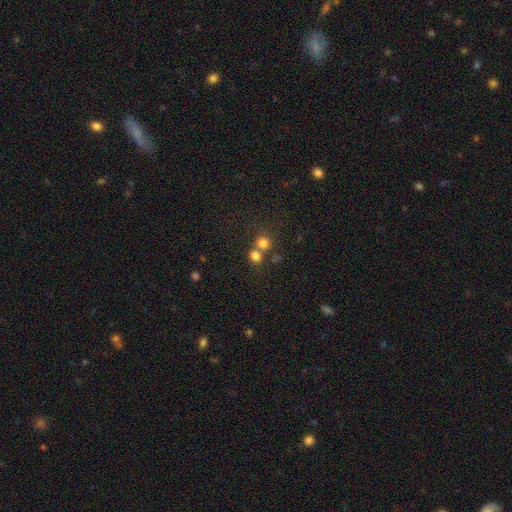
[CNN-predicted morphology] smooth-or-featured: smooth: 78% | star or artifact: 15% | featured or disk: 8%
  how-rounded: round: 80% | in between: 19% | cigar-shaped: 1%
  merging: none: 49% | merger: 40% | minor disturbance: 7% | major disturbance: 3%